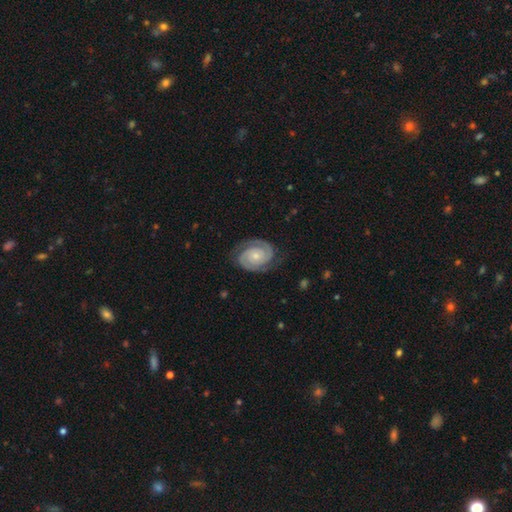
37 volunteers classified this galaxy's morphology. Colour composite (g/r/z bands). It shows a featured or disk galaxy (95%) with no bar (53%), 2 (94%) tight (71%) spiral arms (100%) and a small central bulge (68%). Merging: none (92%).